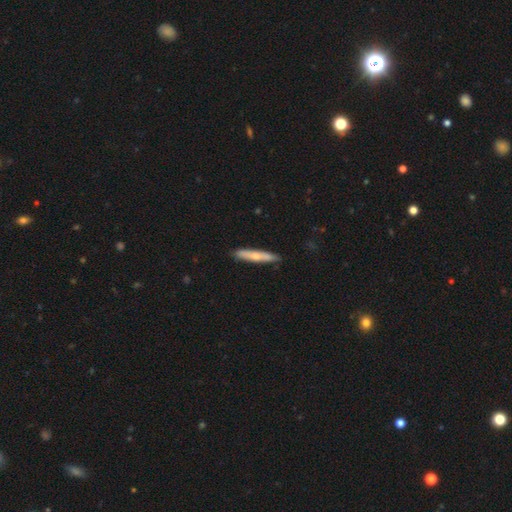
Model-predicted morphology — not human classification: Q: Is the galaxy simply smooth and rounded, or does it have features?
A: smooth — 61%.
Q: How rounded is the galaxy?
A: cigar-shaped — 92%.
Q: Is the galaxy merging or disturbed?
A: none — 86%.